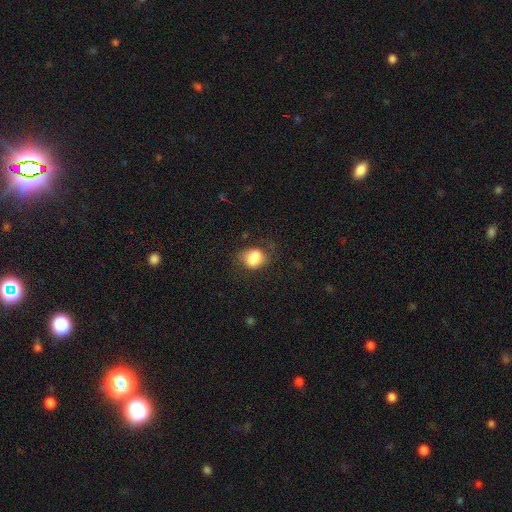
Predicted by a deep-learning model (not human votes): Smooth or featured? smooth (79%)
How rounded? in between (62%)
Merging? none (52%)